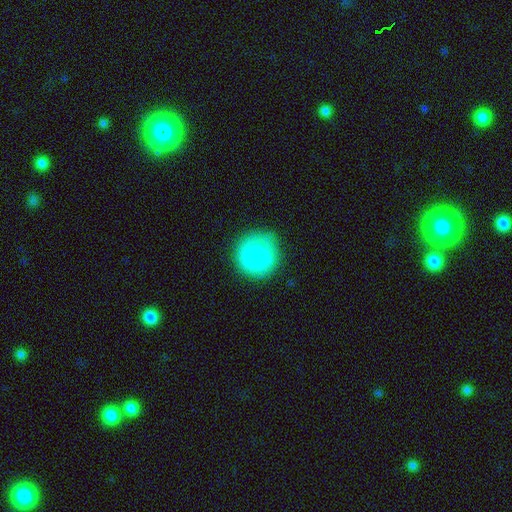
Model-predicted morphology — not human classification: Smooth or featured: smooth — 84% (featured or disk — 8%)
How rounded: round — 94% (in between — 5%)
Merging: none — 82% (minor disturbance — 13%)